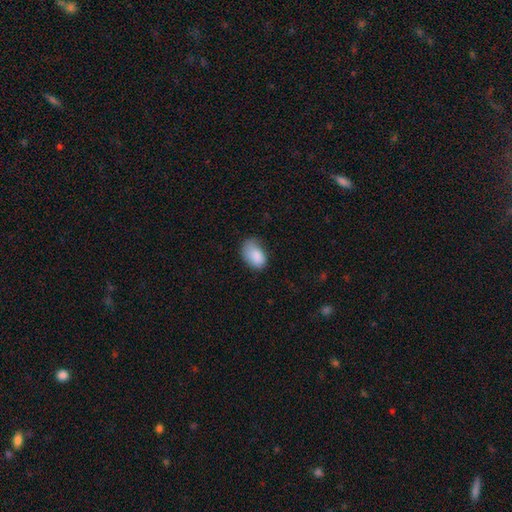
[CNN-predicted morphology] Smooth or featured? Predicted: smooth (p=0.87). How rounded? Predicted: in between (p=0.91). Merging? Predicted: none (p=0.53).